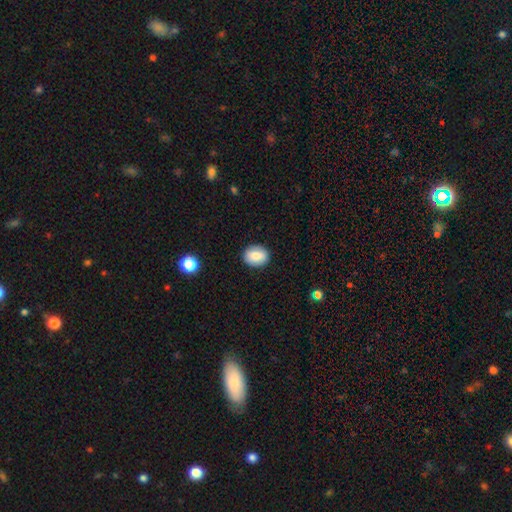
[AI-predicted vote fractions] smooth-or-featured: smooth: 83% | featured or disk: 9% | star or artifact: 8%
  how-rounded: in between: 51% | round: 48% | cigar-shaped: 1%
  merging: none: 89% | minor disturbance: 8% | major disturbance: 2% | merger: 1%